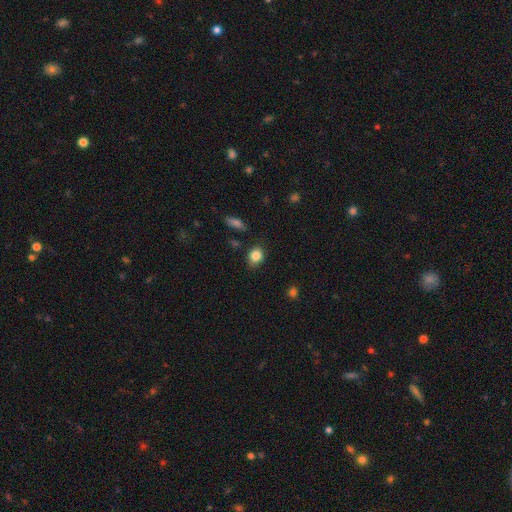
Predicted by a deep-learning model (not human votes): This is clearly a smooth galaxy (85%). How rounded: possibly round (51%). Merging: likely none (80%).